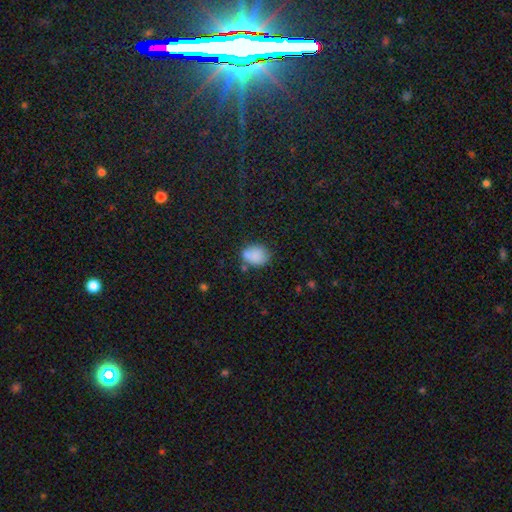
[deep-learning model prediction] The model was most divided on "how rounded": in between: 56%, round: 43%, cigar-shaped: 1%. More confident: smooth or featured — smooth (82%); merging — none (61%).